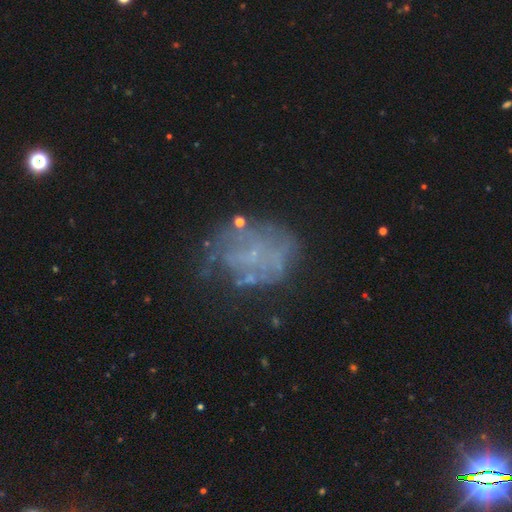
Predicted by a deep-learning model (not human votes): Q: Smooth or featured?
A: featured or disk (52%); runner-up: smooth (25%)
Q: Edge-on disk?
A: no (98%); runner-up: yes (2%)
Q: Bar?
A: no (88%); runner-up: weak (9%)
Q: Spiral arms?
A: no (78%); runner-up: yes (22%)
Q: Bulge size?
A: none (69%); runner-up: small (24%)
Q: Merging?
A: none (55%); runner-up: major disturbance (21%)